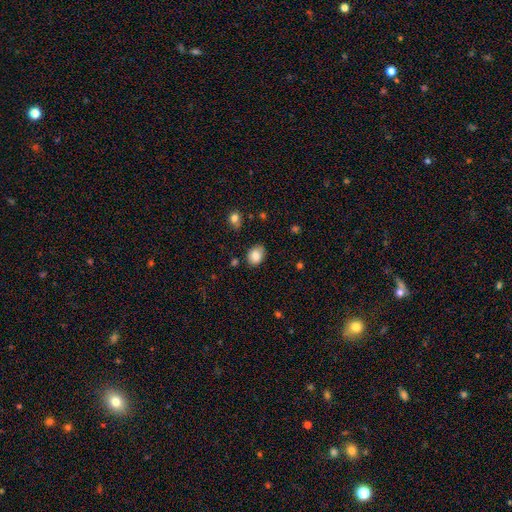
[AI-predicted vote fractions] Smooth or featured? Predicted: smooth (p=0.83). How rounded? Predicted: in between (p=0.60). Merging? Predicted: none (p=0.79).